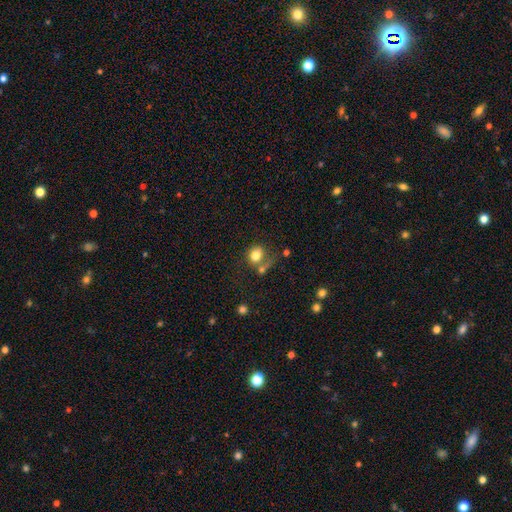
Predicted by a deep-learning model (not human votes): Smooth or featured?
  - smooth: 77% *
  - featured or disk: 12%
  - star or artifact: 10%
How rounded?
  - round: 65% *
  - in between: 34%
  - cigar-shaped: 1%
Merging?
  - none: 43% *
  - merger: 27%
  - minor disturbance: 16%
  - major disturbance: 15%